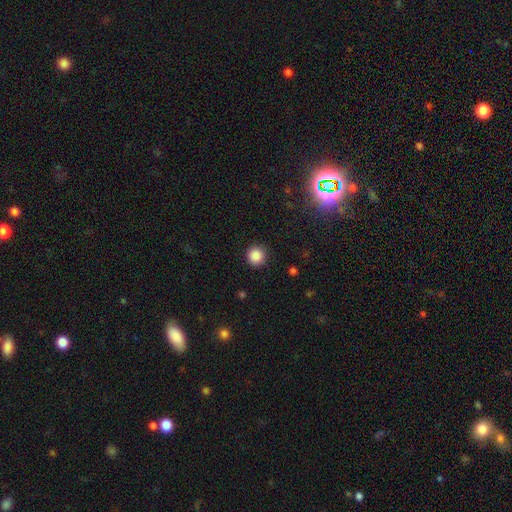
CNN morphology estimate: Overall: smooth (87%). How rounded: round (95%). Merging: none (91%).